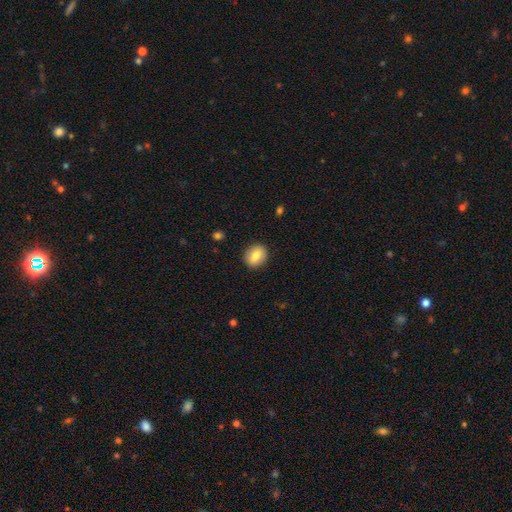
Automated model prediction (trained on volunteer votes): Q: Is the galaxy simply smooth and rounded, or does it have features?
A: smooth — 79%.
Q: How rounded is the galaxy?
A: round — 65%.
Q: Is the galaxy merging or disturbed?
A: none — 89%.